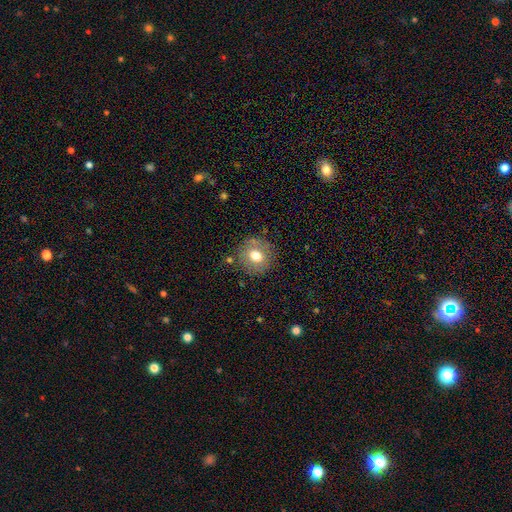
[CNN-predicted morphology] smooth_or_featured: smooth (p=0.70) [alt: featured or disk p=0.20]
how_rounded: round (p=0.82) [alt: in between p=0.17]
merging: none (p=0.79) [alt: minor disturbance p=0.13]